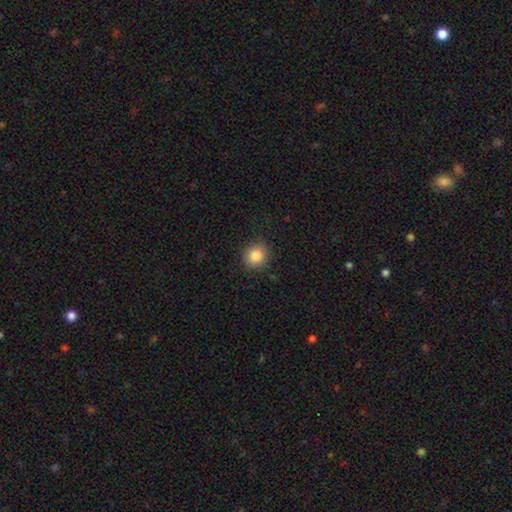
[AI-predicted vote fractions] A smooth galaxy with no disk features (85%) that is round (82%).

Vote fractions:
- Smooth or featured? smooth: 85% / star or artifact: 10% / featured or disk: 5%
- How rounded? round: 82% / in between: 17% / cigar-shaped: 1%
- Merging? none: 87% / minor disturbance: 9% / major disturbance: 3% / merger: 1%